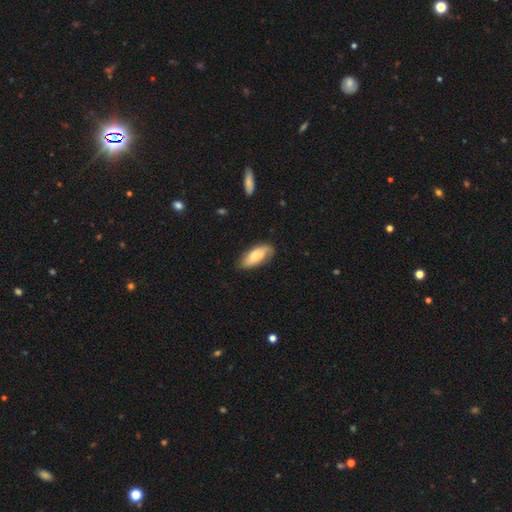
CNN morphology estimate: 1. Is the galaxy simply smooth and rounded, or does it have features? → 74% smooth, 20% featured or disk, 6% star or artifact.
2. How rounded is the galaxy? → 82% in between, 16% cigar-shaped, 2% round.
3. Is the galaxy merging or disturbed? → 73% none, 21% minor disturbance, 4% major disturbance, 1% merger.